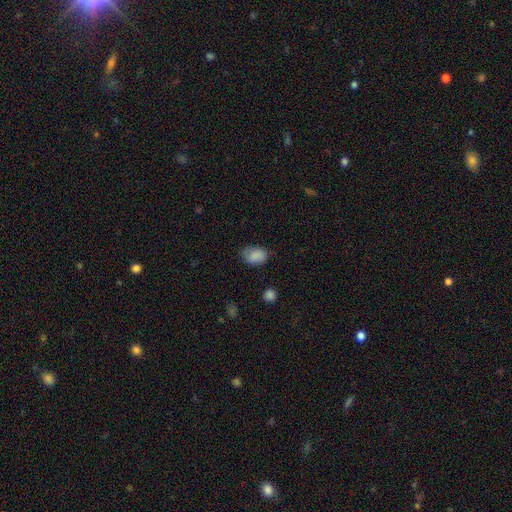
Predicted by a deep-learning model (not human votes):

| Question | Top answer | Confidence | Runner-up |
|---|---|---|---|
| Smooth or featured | smooth | 85% | star or artifact (9%) |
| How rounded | in between | 80% | round (19%) |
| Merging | none | 65% | minor disturbance (27%) |